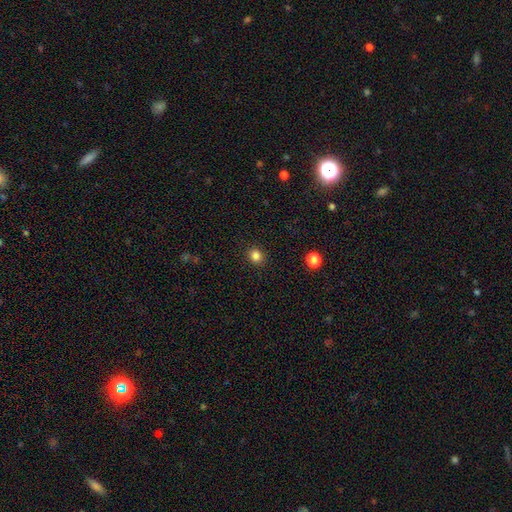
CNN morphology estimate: A smooth galaxy with no disk features (84%) that is round (80%). Merging: none (91%).